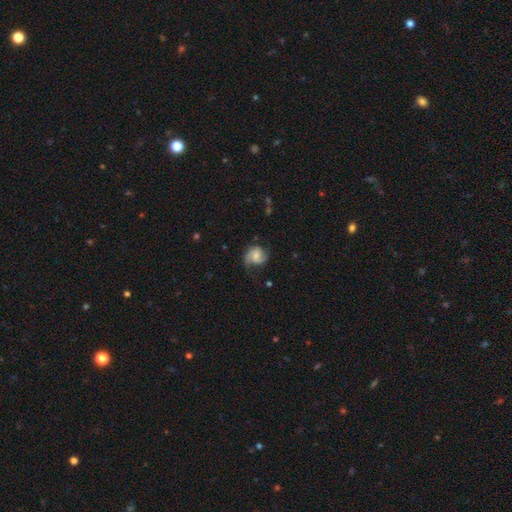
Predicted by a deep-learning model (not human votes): A featured or disk galaxy (61%) with no bar (58%), 2 (71%) medium (43%) spiral arms (91%) and a moderate central bulge (41%). Merging: none (55%).